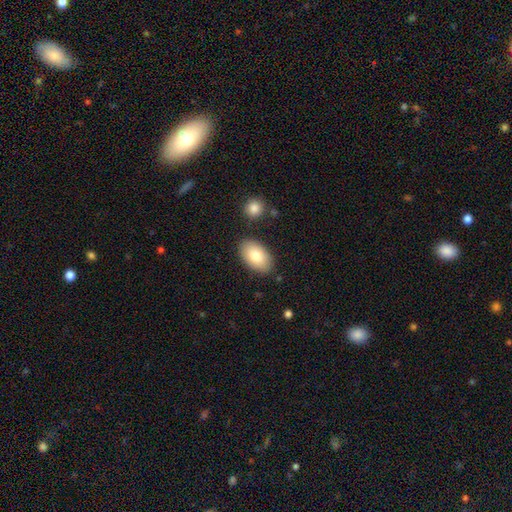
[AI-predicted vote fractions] The model was most divided on "smooth or featured": smooth: 82%, featured or disk: 12%, star or artifact: 6%. More confident: how rounded — in between (94%); merging — none (83%).